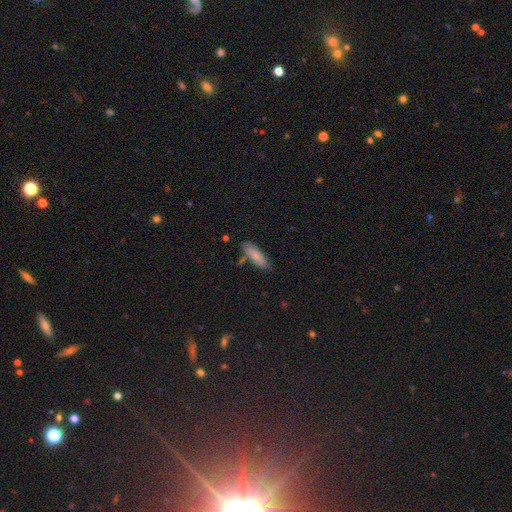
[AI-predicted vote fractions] smooth-or-featured: smooth: 80% | featured or disk: 13% | star or artifact: 6%
  how-rounded: in between: 50% | cigar-shaped: 48% | round: 2%
  merging: none: 72% | minor disturbance: 18% | merger: 7% | major disturbance: 3%